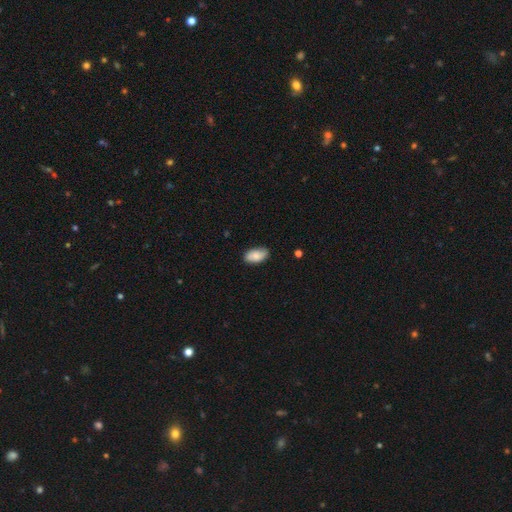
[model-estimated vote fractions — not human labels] This appears to be a smooth galaxy with no disk features (82%) that is in between round and cigar-shaped (94%). Merging: none (78%).